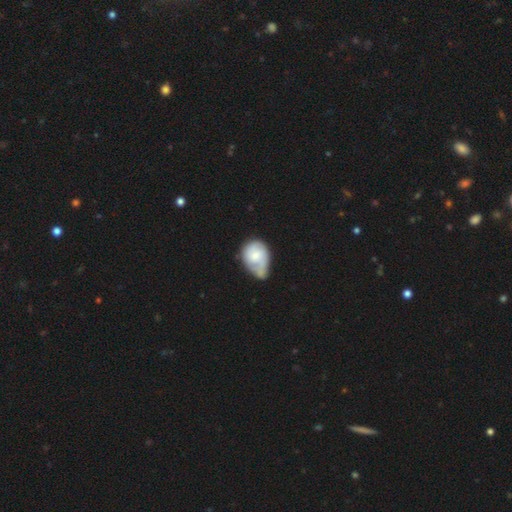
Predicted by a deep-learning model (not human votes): Morphology: type=smooth (53%); roundness=in between (65%); merging=minor disturbance (35%).